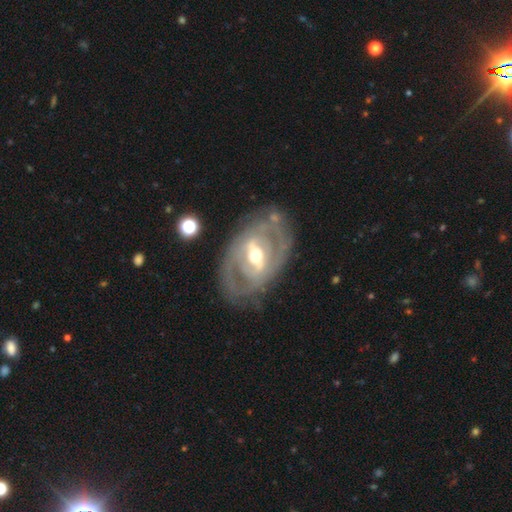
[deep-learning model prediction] Smooth or featured: featured or disk — 82% (smooth — 13%)
Edge-on disk: no — 93% (yes — 7%)
Bar: strong — 51% (weak — 33%)
Spiral arms: yes — 61% (no — 39%)
Bulge size: moderate — 69% (small — 20%)
Merging: none — 73% (minor disturbance — 16%)